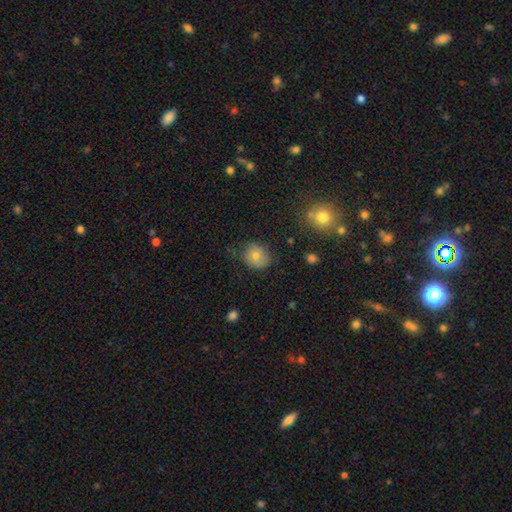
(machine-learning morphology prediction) Smooth or featured? smooth (72%)
How rounded? round (64%)
Merging? none (74%)